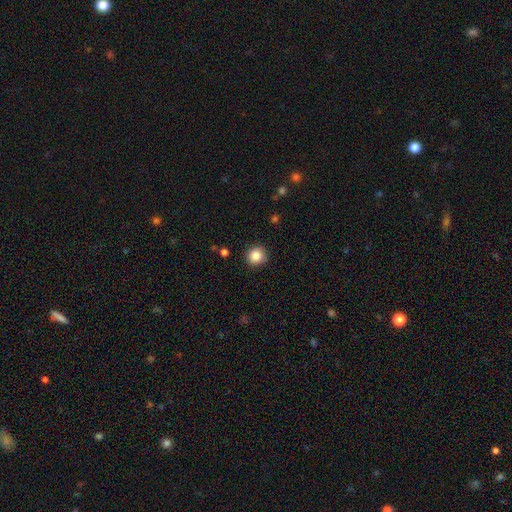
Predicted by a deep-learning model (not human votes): Overall: smooth (85%). How rounded: round (92%). Merging: none (90%).